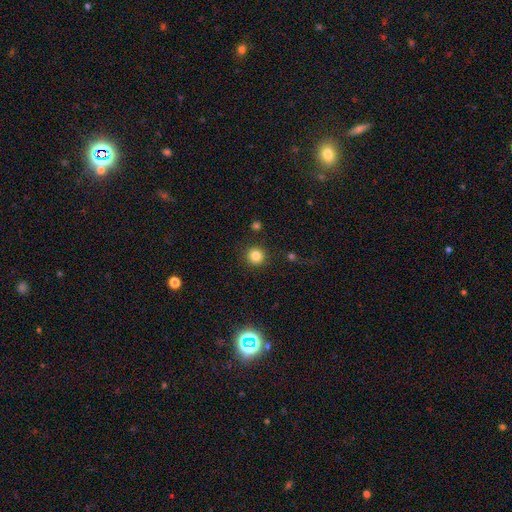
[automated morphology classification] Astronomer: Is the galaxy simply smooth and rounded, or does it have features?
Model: smooth — 83%.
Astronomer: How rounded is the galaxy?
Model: round — 94%.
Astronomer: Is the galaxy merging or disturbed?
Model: none — 89%.